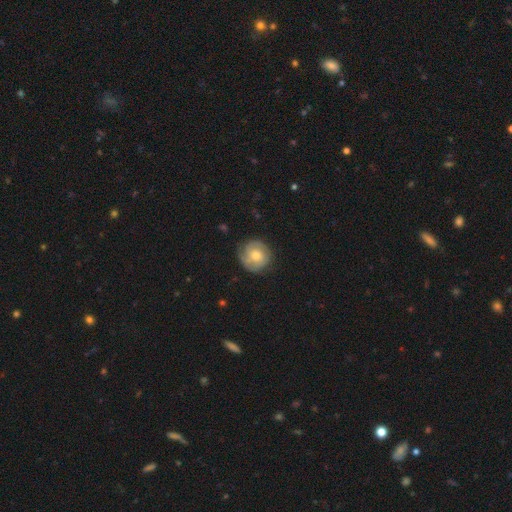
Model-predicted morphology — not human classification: Smooth or featured? Predicted: featured or disk (p=0.47, tied with smooth). Merging? Predicted: none (p=0.78).